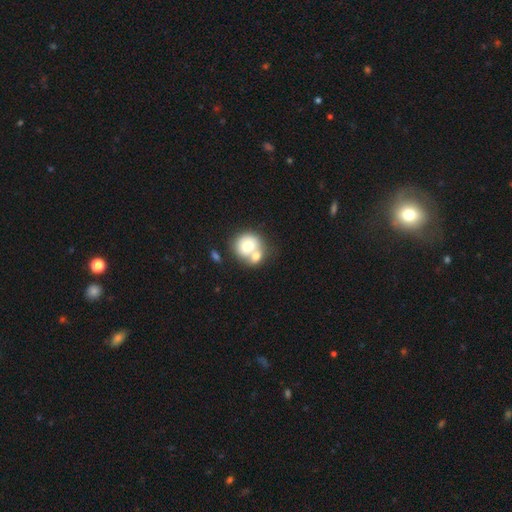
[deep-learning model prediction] Smooth or featured? smooth (67%)
How rounded? round (81%)
Merging? merger (59%)